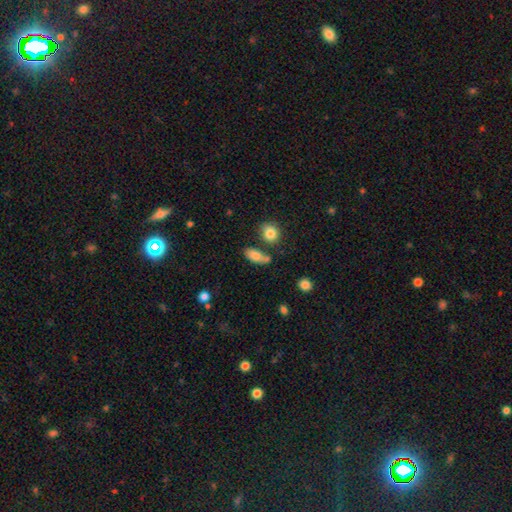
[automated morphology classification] smooth-or-featured: smooth: 81% | featured or disk: 10% | star or artifact: 9%
  how-rounded: in between: 82% | cigar-shaped: 12% | round: 6%
  merging: none: 56% | minor disturbance: 19% | merger: 18% | major disturbance: 7%